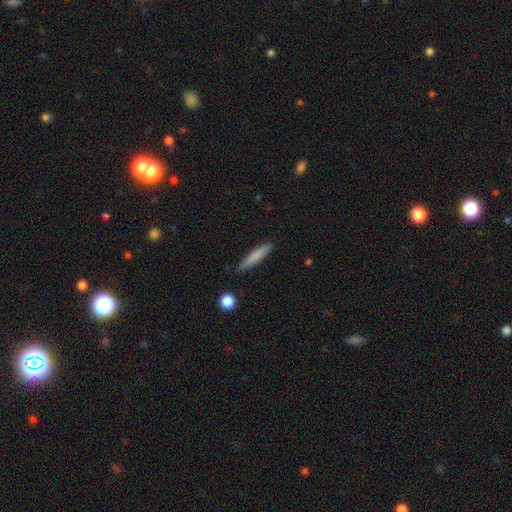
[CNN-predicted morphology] smooth 75%, featured or disk 19%, star or artifact 6%. Down the decision tree: how rounded — cigar-shaped (92%); merging — none (85%).